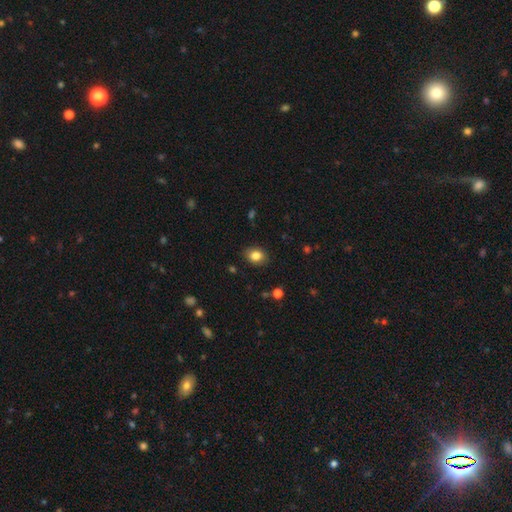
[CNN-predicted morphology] type=smooth (83%); roundness=in between (62%); merging=none (86%).